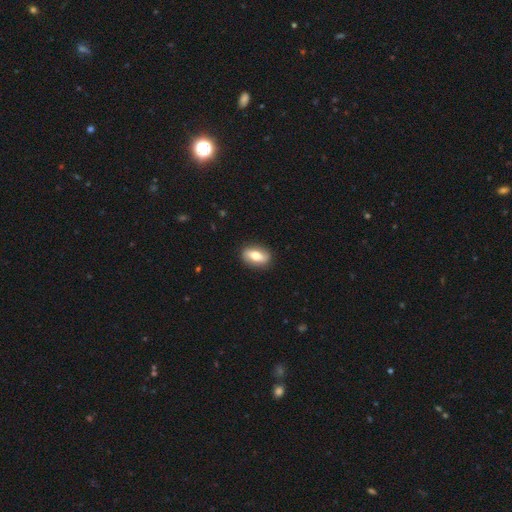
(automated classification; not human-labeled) Smooth or featured? smooth (53%)
How rounded? in between (81%)
Merging? none (88%)